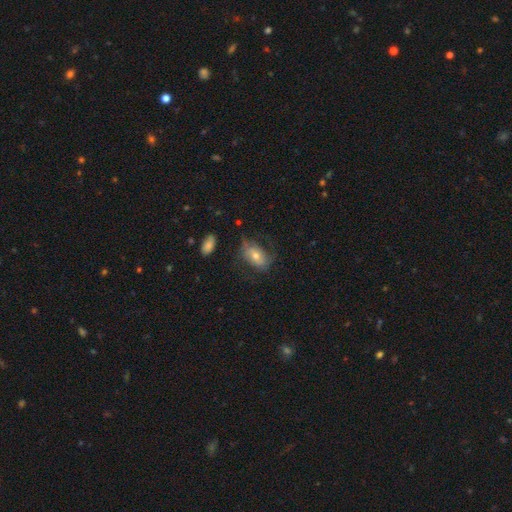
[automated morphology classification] Smooth or featured? smooth (51%)
How rounded? in between (85%)
Merging? none (57%)